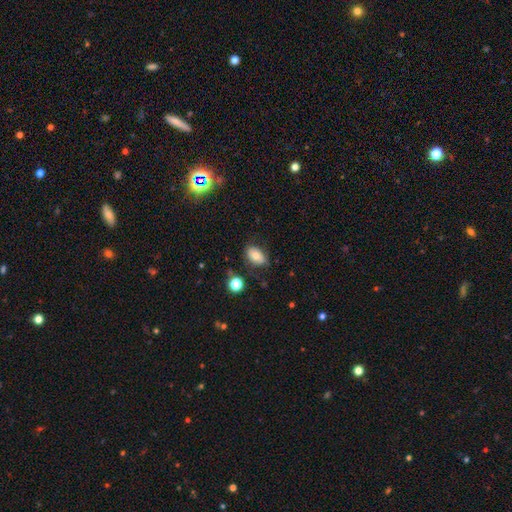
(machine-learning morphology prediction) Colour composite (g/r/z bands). It shows a smooth galaxy with no disk features (74%) that is in between round and cigar-shaped (87%). Merging: none (72%).